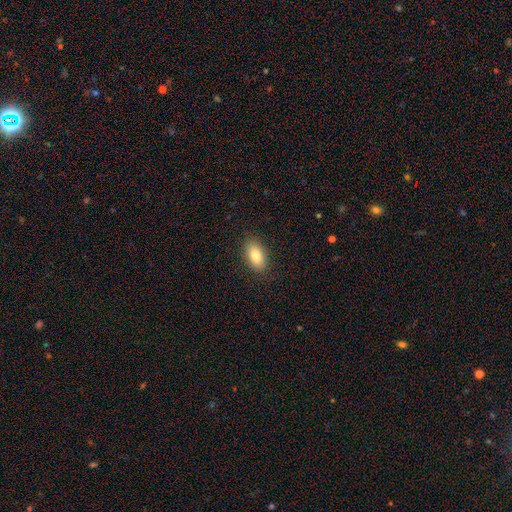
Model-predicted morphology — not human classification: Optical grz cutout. It shows a smooth galaxy with no disk features (82%) that is in between round and cigar-shaped (91%). Merging: none (88%).